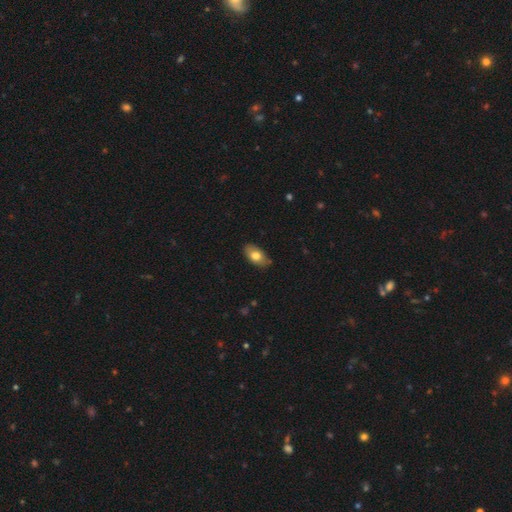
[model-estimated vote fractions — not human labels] Smooth or featured: smooth — 74% (featured or disk — 19%)
How rounded: in between — 91% (round — 6%)
Merging: none — 77% (minor disturbance — 19%)